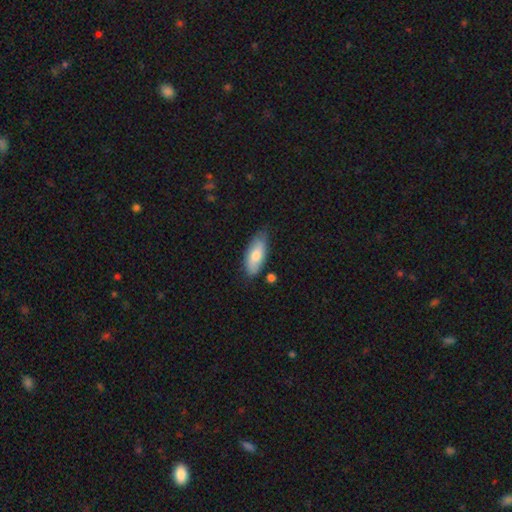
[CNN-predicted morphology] smooth_or_featured: smooth (p=0.73) [alt: featured or disk p=0.21]
how_rounded: in between (p=0.84) [alt: cigar-shaped p=0.14]
merging: none (p=0.72) [alt: minor disturbance p=0.21]